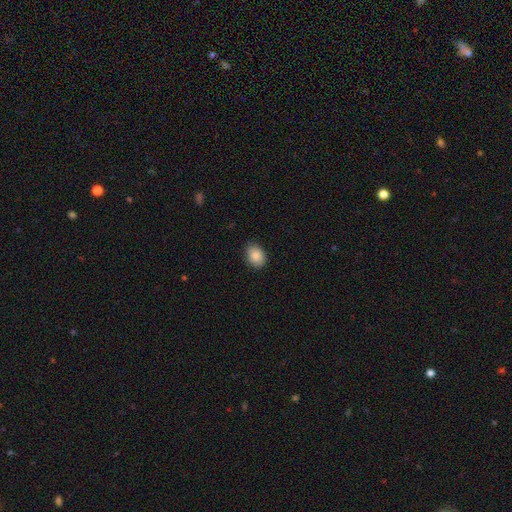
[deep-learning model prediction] A smooth galaxy with no disk features (88%) that is in between round and cigar-shaped (71%).

Vote fractions:
- Smooth or featured? smooth: 88% / star or artifact: 8% / featured or disk: 4%
- How rounded? in between: 71% / round: 28% / cigar-shaped: 1%
- Merging? none: 85% / minor disturbance: 12% / major disturbance: 2% / merger: 1%